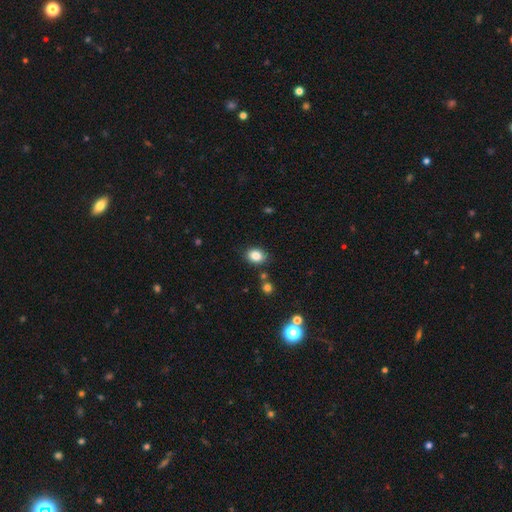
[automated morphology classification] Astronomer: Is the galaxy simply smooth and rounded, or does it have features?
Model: smooth — 84%.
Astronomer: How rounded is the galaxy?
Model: in between — 63%.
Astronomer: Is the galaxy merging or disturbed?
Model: none — 82%.